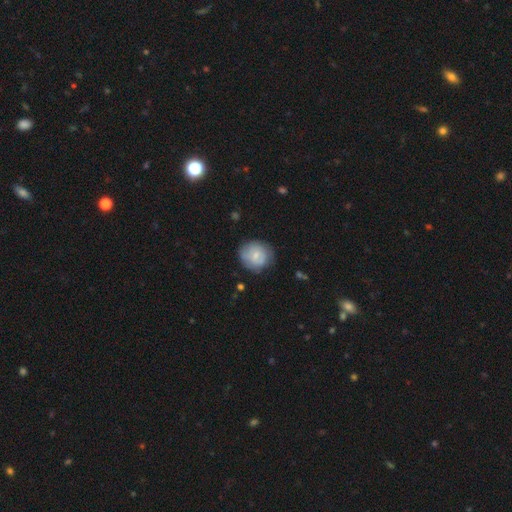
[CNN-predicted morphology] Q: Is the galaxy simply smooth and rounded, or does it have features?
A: smooth — 61%.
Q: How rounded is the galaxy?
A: round — 85%.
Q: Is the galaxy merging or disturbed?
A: none — 73%.